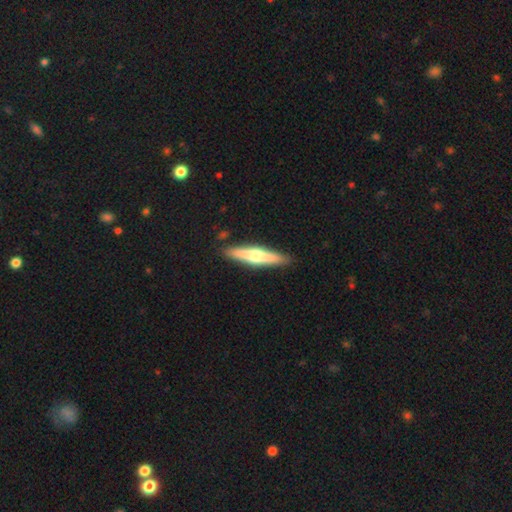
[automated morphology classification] type=featured or disk (53%); edge-on=yes (95%); edge-on bulge=rounded (88%); merging=none (89%).